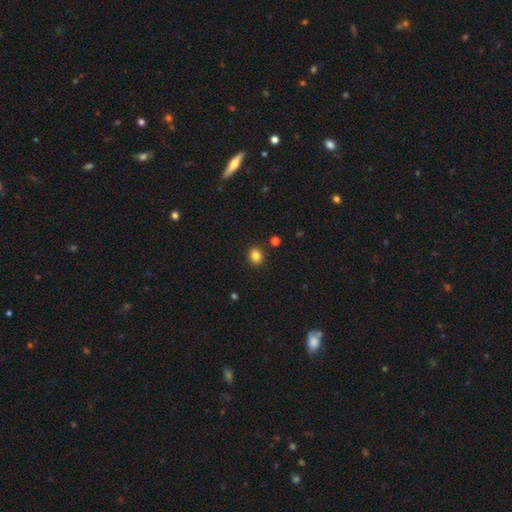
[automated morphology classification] Smooth or featured: smooth — 83% (star or artifact — 12%)
How rounded: round — 66% (in between — 33%)
Merging: none — 89% (minor disturbance — 7%)